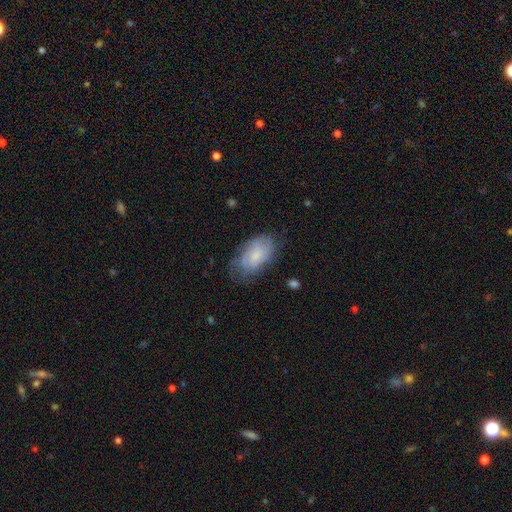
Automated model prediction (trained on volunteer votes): smooth_or_featured: smooth (p=0.53) [alt: featured or disk p=0.39]
how_rounded: in between (p=0.92) [alt: round p=0.05]
merging: none (p=0.59) [alt: minor disturbance p=0.28]